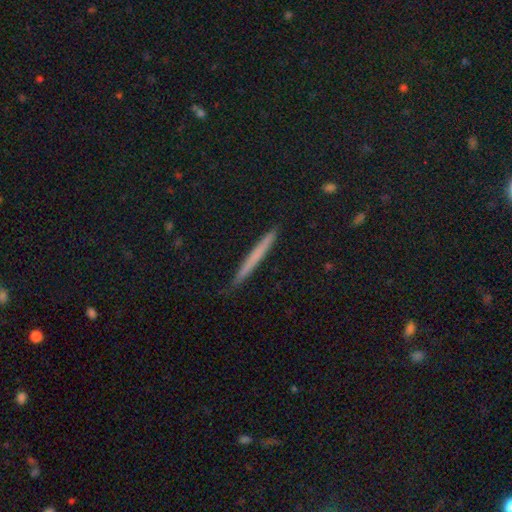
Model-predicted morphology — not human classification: Overall: smooth (61%; featured or disk 31%). How rounded: cigar-shaped (97%). Merging: none (89%).